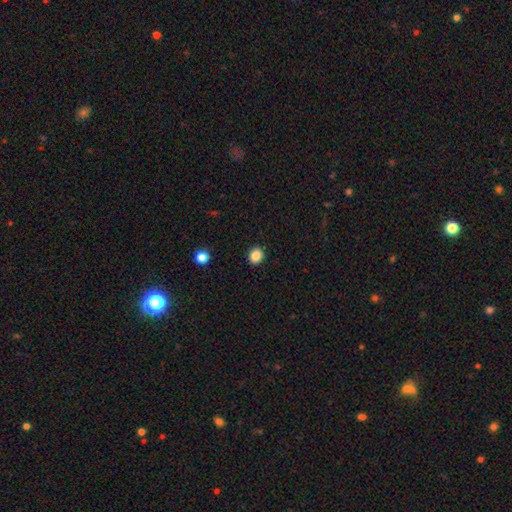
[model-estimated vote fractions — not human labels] smooth 87%, star or artifact 10%, featured or disk 3%. Down the decision tree: how rounded — round (74%); merging — none (92%).